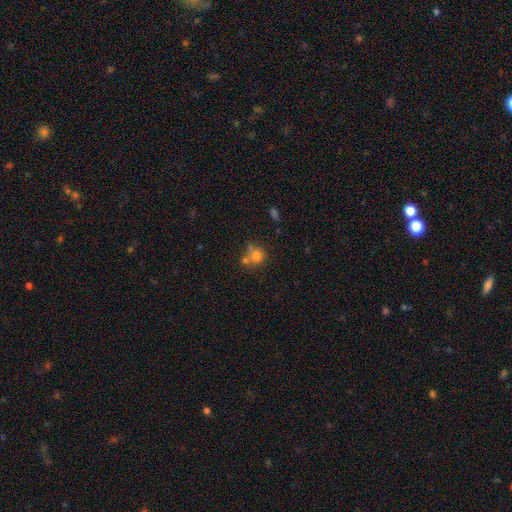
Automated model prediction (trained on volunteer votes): Smooth or featured? smooth (75%)
How rounded? round (83%)
Merging? none (48%)